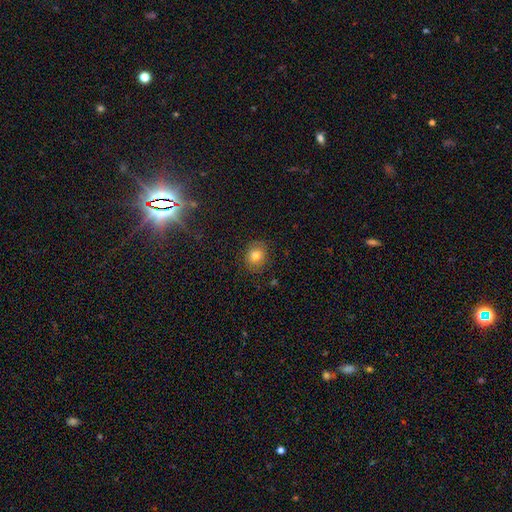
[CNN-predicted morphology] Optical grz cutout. It shows a smooth galaxy with no disk features (78%) that is round (68%). Merging: none (83%).